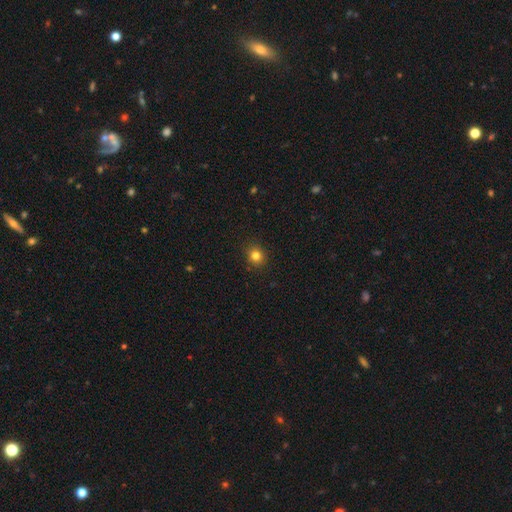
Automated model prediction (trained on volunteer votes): This appears to be a smooth galaxy with no disk features (81%) that is round (82%). Merging: none (91%).